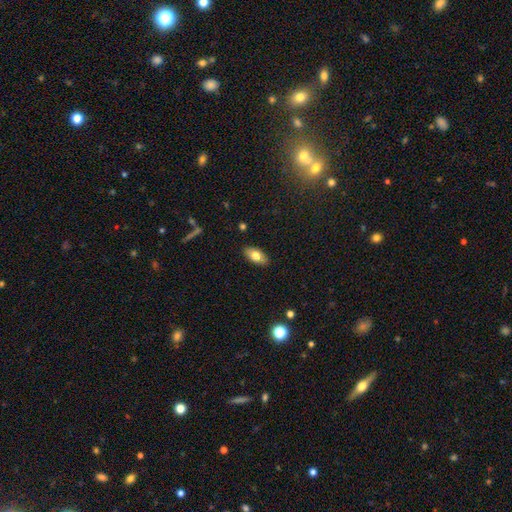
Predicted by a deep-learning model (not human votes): Overall: smooth (75%). How rounded: in between (91%). Merging: none (88%).